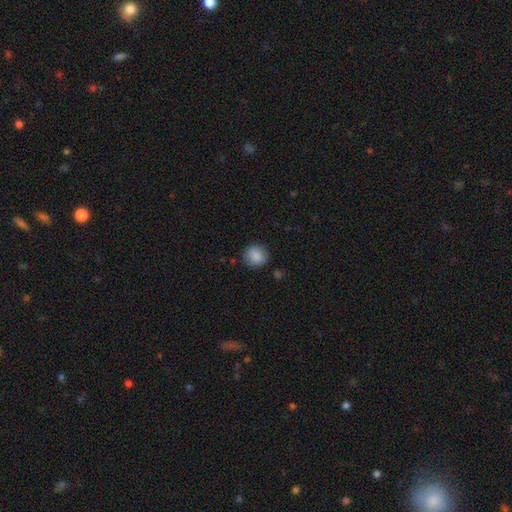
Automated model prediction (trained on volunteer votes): The model was most divided on "how rounded": round: 80%, in between: 19%, cigar-shaped: 1%. More confident: smooth or featured — smooth (87%); merging — none (84%).